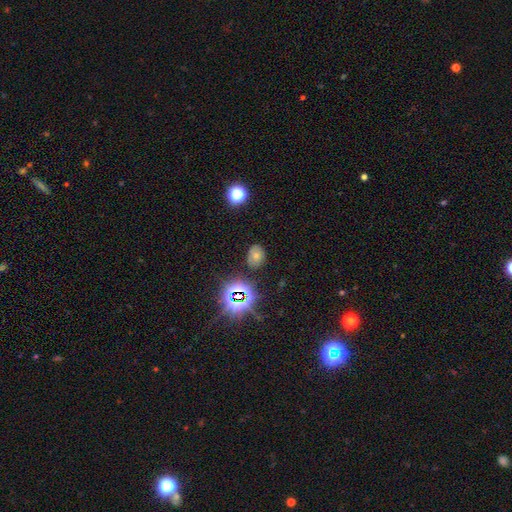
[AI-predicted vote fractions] smooth-or-featured: smooth: 59% | star or artifact: 27% | featured or disk: 13%
  how-rounded: in between: 67% | round: 32% | cigar-shaped: 1%
  merging: none: 78% | minor disturbance: 15% | major disturbance: 4% | merger: 3%